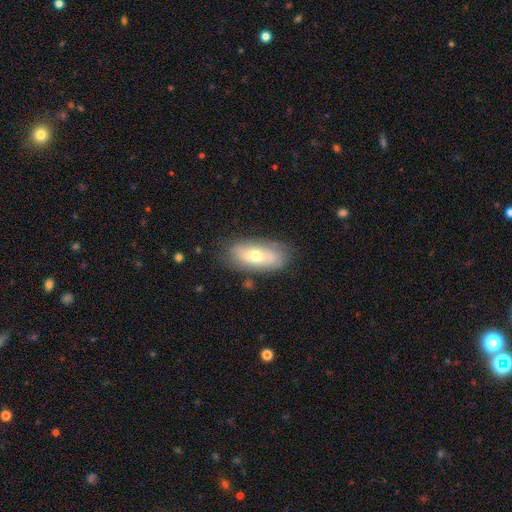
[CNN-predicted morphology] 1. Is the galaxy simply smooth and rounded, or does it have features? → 50% smooth, 43% featured or disk, 7% star or artifact.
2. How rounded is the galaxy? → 86% in between, 10% cigar-shaped, 4% round.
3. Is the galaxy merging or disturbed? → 74% none, 19% minor disturbance, 5% major disturbance, 2% merger.